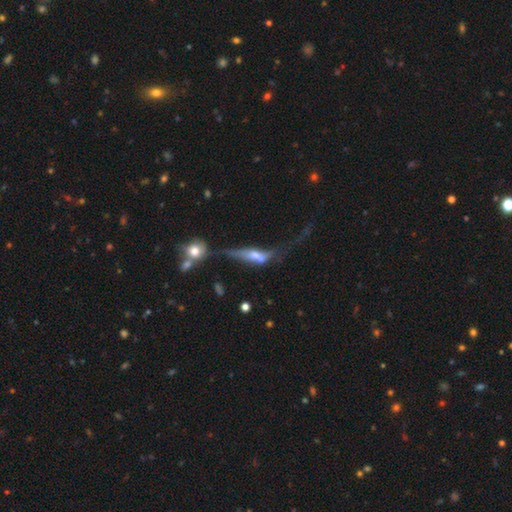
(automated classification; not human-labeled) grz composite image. It shows a featured or disk galaxy (51%) viewed edge-on (56%). Merging: merger (35%).